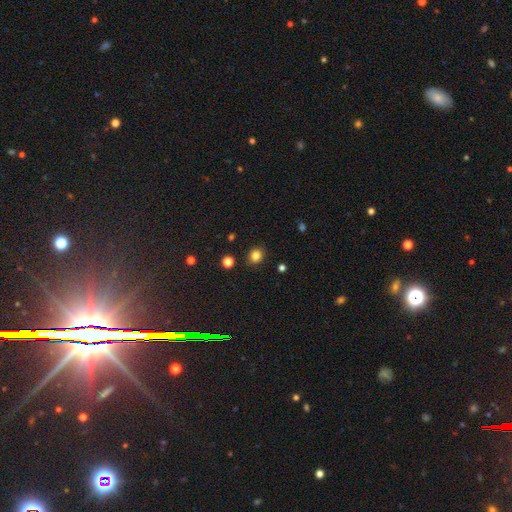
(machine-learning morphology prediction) A smooth galaxy with no disk features (83%) that is round (81%).

Vote fractions:
- Smooth or featured? smooth: 83% / star or artifact: 13% / featured or disk: 4%
- How rounded? round: 81% / in between: 18% / cigar-shaped: 1%
- Merging? none: 89% / minor disturbance: 7% / major disturbance: 2% / merger: 2%